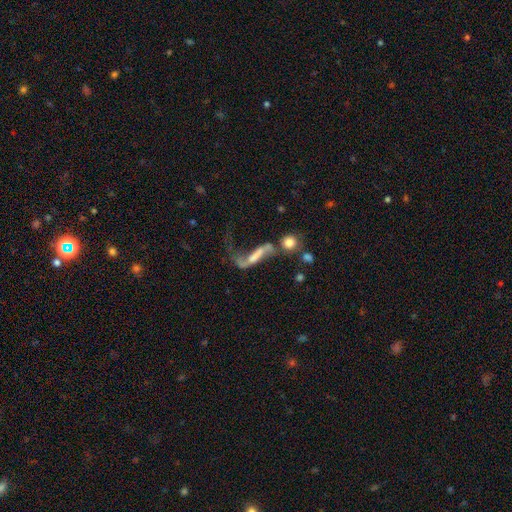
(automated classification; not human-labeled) This is possibly a featured or disk galaxy (56%). It is likely not viewed edge-on (77%). Merging: marginally major disturbance (37%).